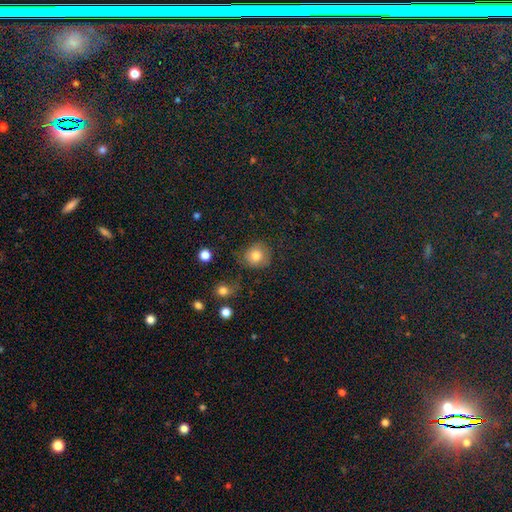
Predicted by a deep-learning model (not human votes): This appears to be a smooth galaxy with no disk features (80%) that is round (85%). Merging: none (68%).